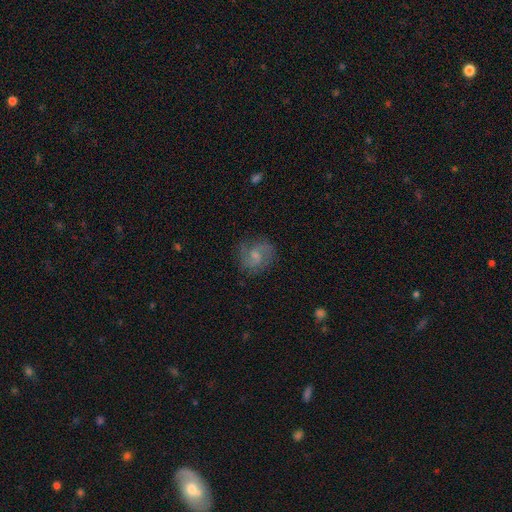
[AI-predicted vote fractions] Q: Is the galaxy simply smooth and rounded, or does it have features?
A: featured or disk — 62%.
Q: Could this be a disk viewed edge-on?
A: no — 98%.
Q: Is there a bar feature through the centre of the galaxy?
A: no — 48%.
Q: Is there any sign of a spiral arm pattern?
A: yes — 90%.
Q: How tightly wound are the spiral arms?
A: medium — 51%.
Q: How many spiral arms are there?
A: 2 — 81%.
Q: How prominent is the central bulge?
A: small — 47%.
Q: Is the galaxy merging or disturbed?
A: none — 76%.